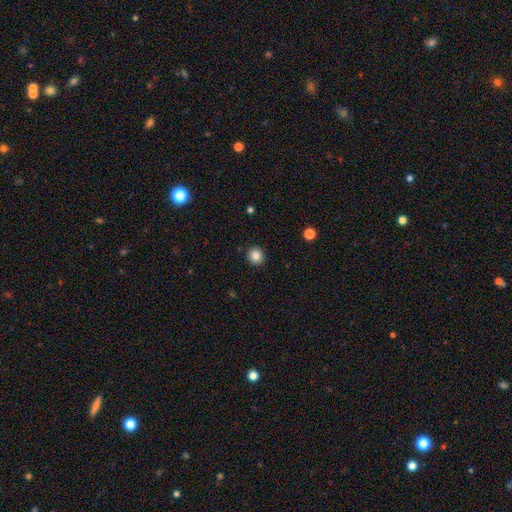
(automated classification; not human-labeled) This is clearly a smooth galaxy (83%). How rounded: clearly round (91%). Merging: clearly none (92%).